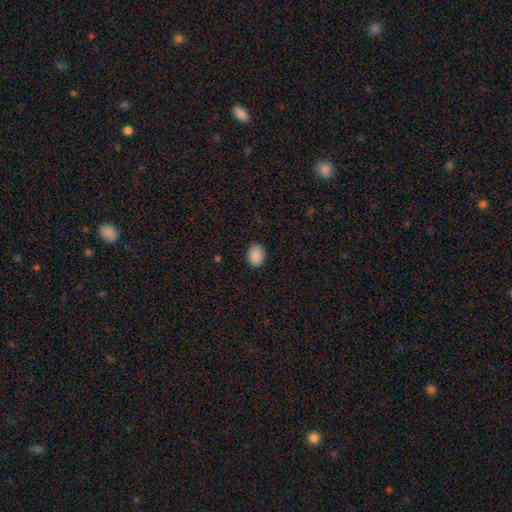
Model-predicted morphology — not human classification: smooth_or_featured: smooth (p=0.89) [alt: star or artifact p=0.08]
how_rounded: in between (p=0.58) [alt: round p=0.41]
merging: none (p=0.87) [alt: minor disturbance p=0.10]